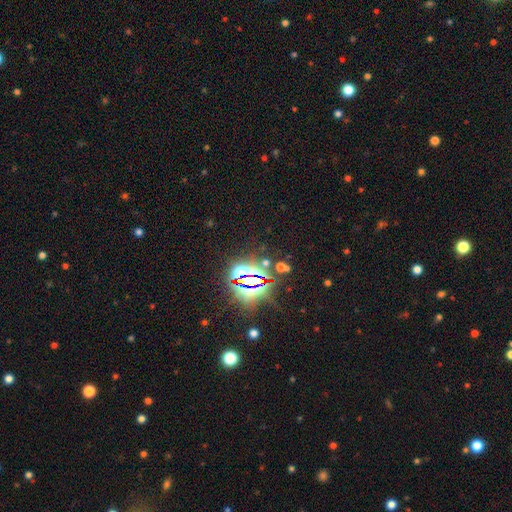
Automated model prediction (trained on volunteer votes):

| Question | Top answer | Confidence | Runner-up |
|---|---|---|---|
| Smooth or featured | star or artifact | 86% | smooth (8%) |